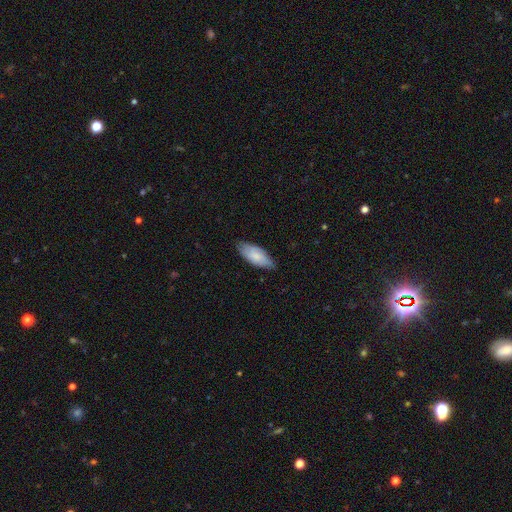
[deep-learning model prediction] smooth 74%, featured or disk 20%, star or artifact 6%. Down the decision tree: how rounded — in between (84%); merging — none (73%).